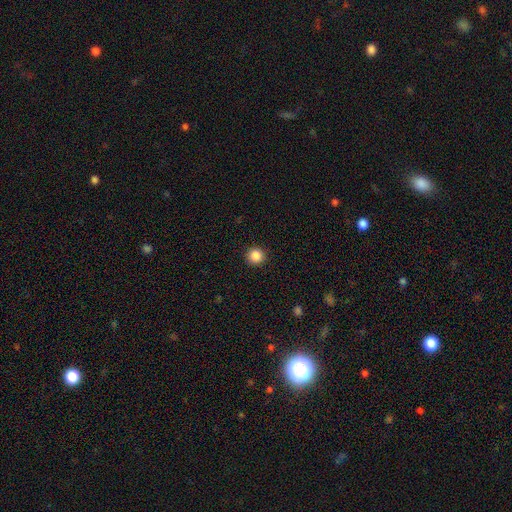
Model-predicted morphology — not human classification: Smooth or featured: smooth — 87% (star or artifact — 10%)
How rounded: round — 95% (in between — 4%)
Merging: none — 93% (minor disturbance — 5%)